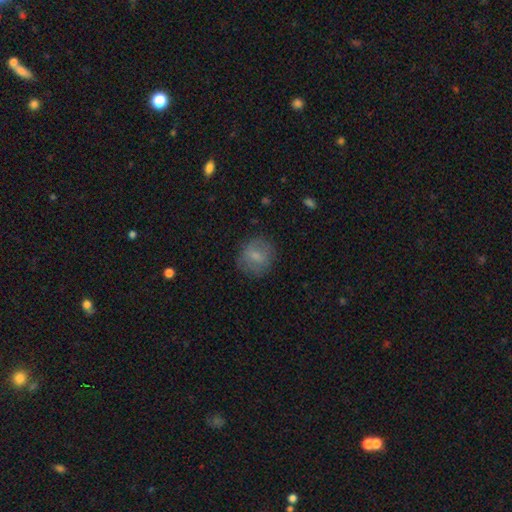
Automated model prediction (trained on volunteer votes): Smooth or featured? Predicted: smooth (p=0.71). How rounded? Predicted: round (p=0.82). Merging? Predicted: none (p=0.77).